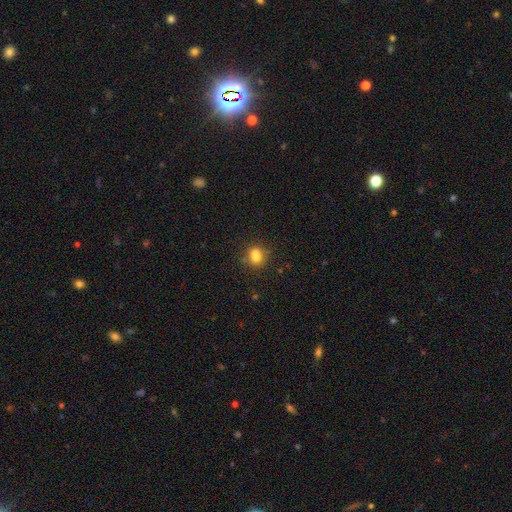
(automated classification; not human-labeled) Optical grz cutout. It shows a smooth galaxy with no disk features (76%) that is round (55%). Merging: none (59%).